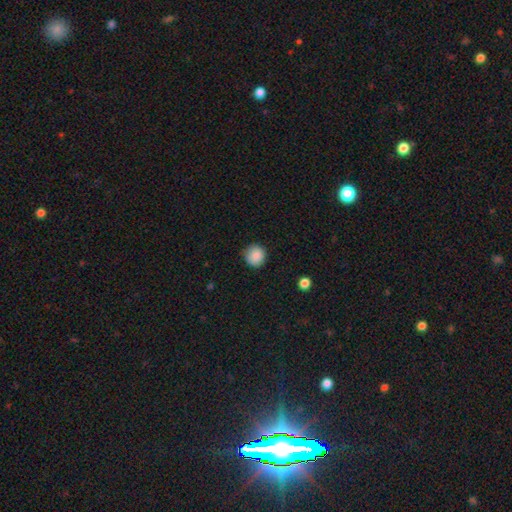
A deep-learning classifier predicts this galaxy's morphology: Smooth or featured? Predicted: smooth (p=0.88). How rounded? Predicted: round (p=0.92). Merging? Predicted: none (p=0.85).